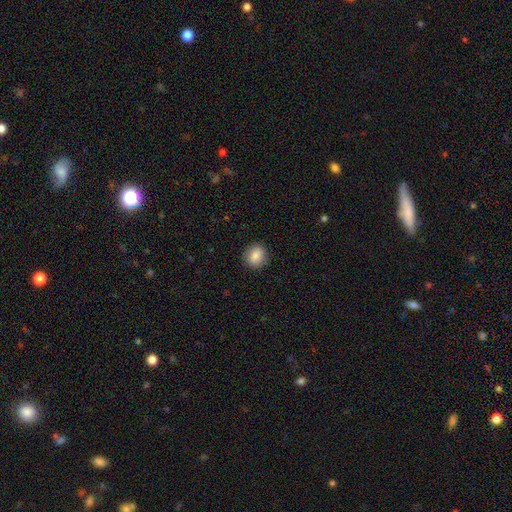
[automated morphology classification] Smooth or featured: smooth — 86% (star or artifact — 8%)
How rounded: round — 78% (in between — 21%)
Merging: none — 90% (minor disturbance — 7%)